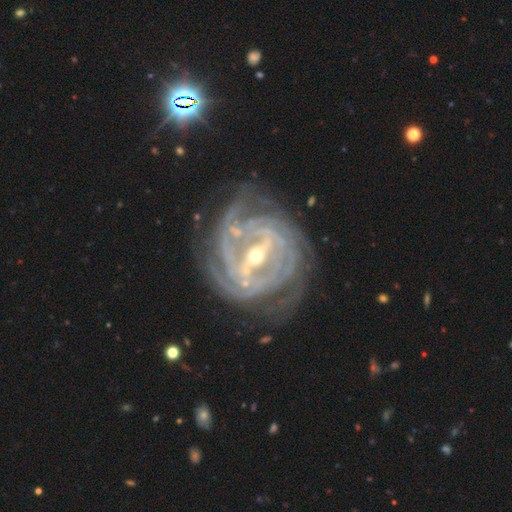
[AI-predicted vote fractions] The model was most divided on "spiral arm count": 4: 26%, can't tell: 24%, 3: 18%, 2: 13%, more than 4: 13%, 1: 7%. Remaining: spiral arms — yes (97%); edge-on disk — no (96%); smooth or featured — featured or disk (91%); spiral winding — tight (75%); merging — none (73%); bar — strong (69%); bulge size — small (49%).